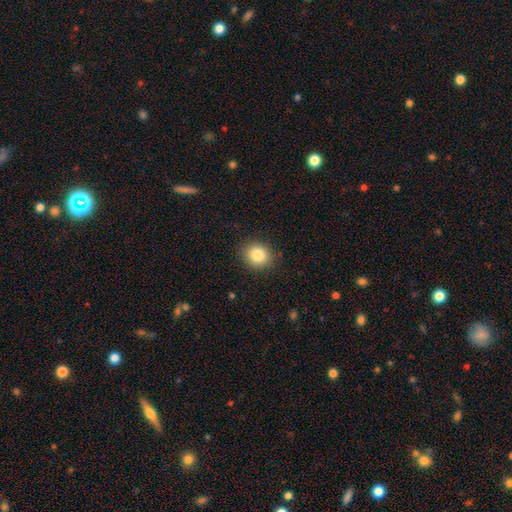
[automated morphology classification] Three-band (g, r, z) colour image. It shows a smooth galaxy with no disk features (85%) that is round (75%). Merging: none (89%).